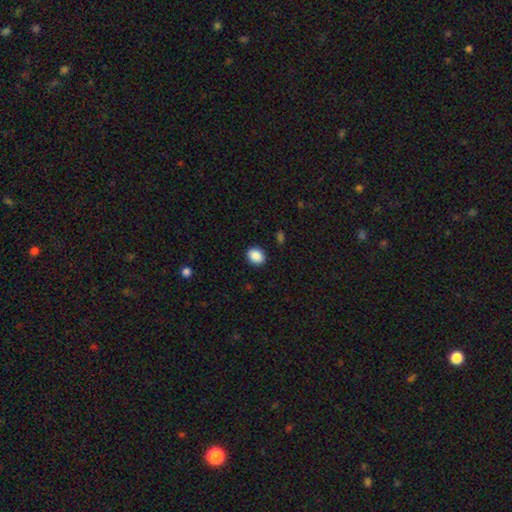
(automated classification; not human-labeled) A smooth galaxy with no disk features (89%) that is in between round and cigar-shaped (53%).

Vote fractions:
- Smooth or featured? smooth: 89% / star or artifact: 8% / featured or disk: 3%
- How rounded? in between: 53% / round: 46% / cigar-shaped: 1%
- Merging? none: 90% / minor disturbance: 7% / major disturbance: 2% / merger: 1%